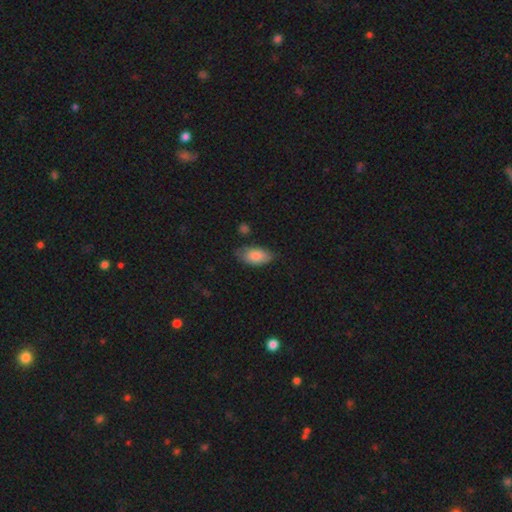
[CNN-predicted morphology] This appears to be a smooth galaxy with no disk features (81%) that is in between round and cigar-shaped (93%). Merging: none (64%).